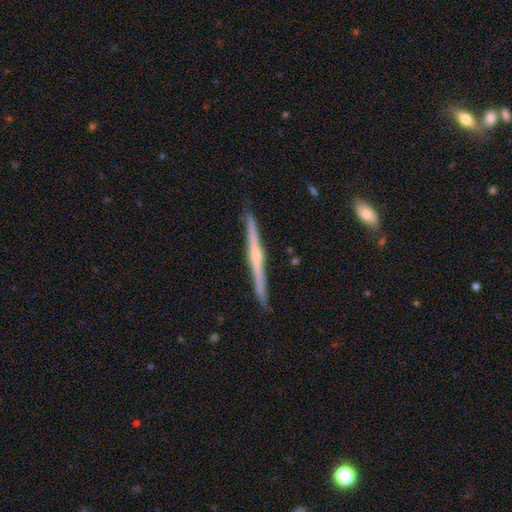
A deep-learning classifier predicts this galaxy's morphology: smooth-or-featured: featured or disk: 77% | smooth: 18% | star or artifact: 5%
  disk-edge-on: yes: 98% | no: 2%
    edge-on-bulge: rounded: 75% | none: 20% | boxy: 5%
  merging: none: 91% | minor disturbance: 7% | major disturbance: 1% | merger: 1%